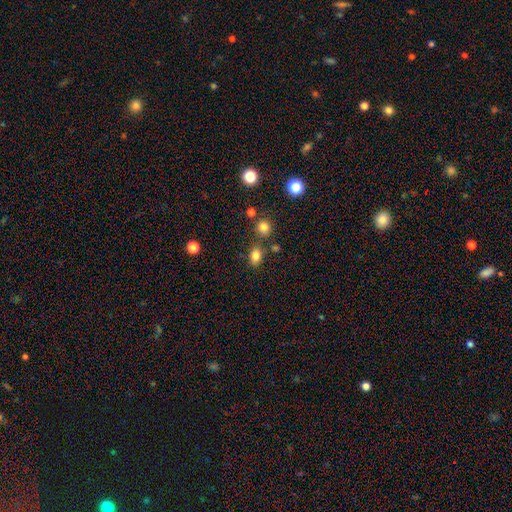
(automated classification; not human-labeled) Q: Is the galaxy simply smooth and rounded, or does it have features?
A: smooth — 81%.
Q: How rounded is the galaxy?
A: in between — 68%.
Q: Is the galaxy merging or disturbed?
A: none — 74%.